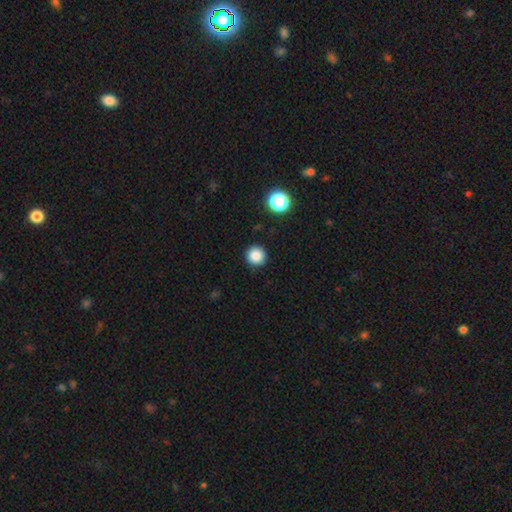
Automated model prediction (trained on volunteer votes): smooth_or_featured: smooth (p=0.85) [alt: star or artifact p=0.11]
how_rounded: round (p=0.95) [alt: in between p=0.04]
merging: none (p=0.92) [alt: minor disturbance p=0.05]